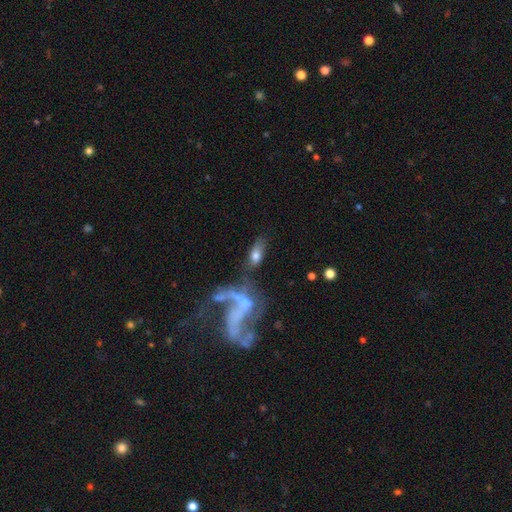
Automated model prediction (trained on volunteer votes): A smooth galaxy with no disk features (63%) that is in between round and cigar-shaped (80%). Merging: none (50%).